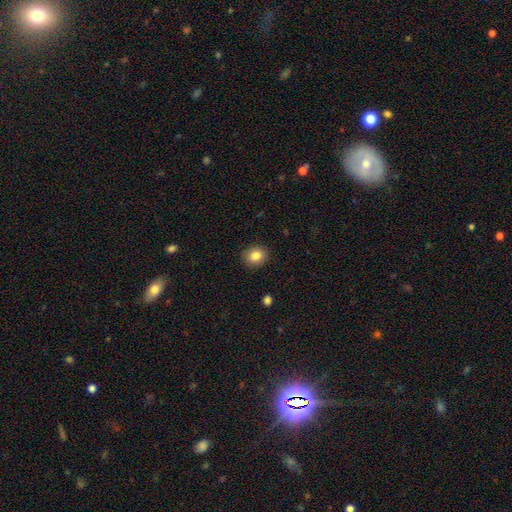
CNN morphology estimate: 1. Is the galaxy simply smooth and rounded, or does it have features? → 85% smooth, 9% star or artifact, 5% featured or disk.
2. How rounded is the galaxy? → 70% round, 30% in between, 1% cigar-shaped.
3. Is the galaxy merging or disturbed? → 90% none, 7% minor disturbance, 2% major disturbance, 1% merger.